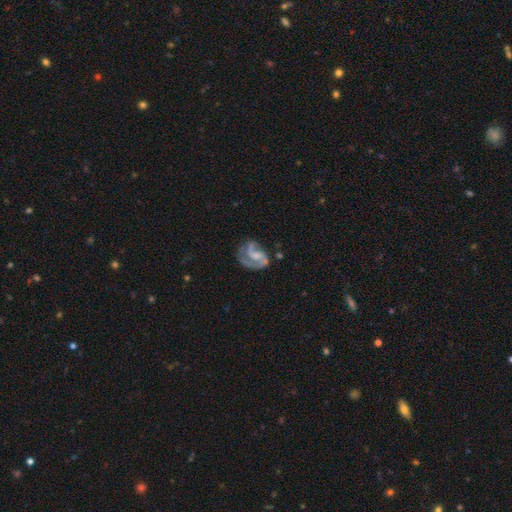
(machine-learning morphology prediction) Smooth or featured?
  - featured or disk: 78% *
  - smooth: 15%
  - star or artifact: 7%
Edge-on disk?
  - no: 98% *
  - yes: 2%
Bar?
  - no: 47% *
  - weak: 41%
  - strong: 12%
Spiral arms?
  - yes: 90% *
  - no: 10%
Spiral winding?
  - medium: 47% *
  - loose: 27%
  - tight: 26%
Spiral arm count?
  - 2: 59% *
  - 1: 18%
  - can't tell: 10%
  - 3: 10%
  - 4: 2%
  - more than 4: 2%
Bulge size?
  - none: 36% *
  - small: 34%
  - moderate: 24%
  - large: 4%
  - dominant: 1%
Merging?
  - none: 45% *
  - major disturbance: 28%
  - minor disturbance: 22%
  - merger: 5%